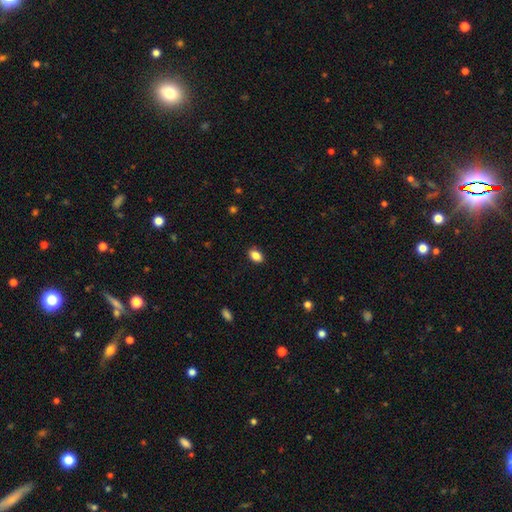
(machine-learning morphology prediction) Q: Smooth or featured?
A: smooth (86%); runner-up: star or artifact (9%)
Q: How rounded?
A: in between (86%); runner-up: round (12%)
Q: Merging?
A: none (88%); runner-up: minor disturbance (9%)